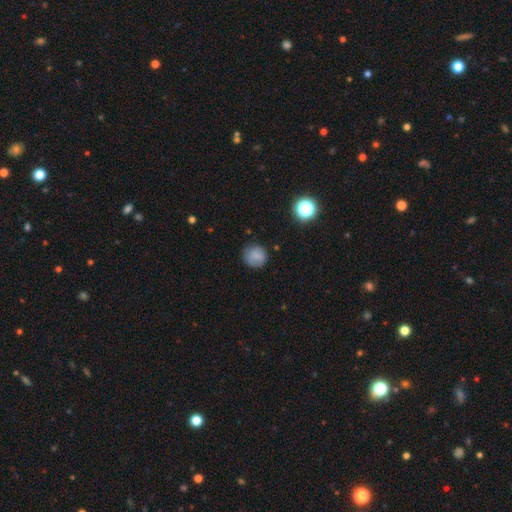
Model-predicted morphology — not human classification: This appears to be a smooth galaxy with no disk features (79%) that is round (90%). Merging: none (80%).